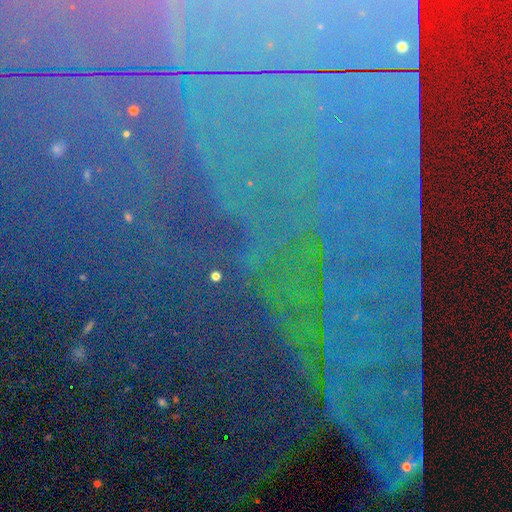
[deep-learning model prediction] Smooth or featured?
  - star or artifact: 84% *
  - featured or disk: 8%
  - smooth: 7%